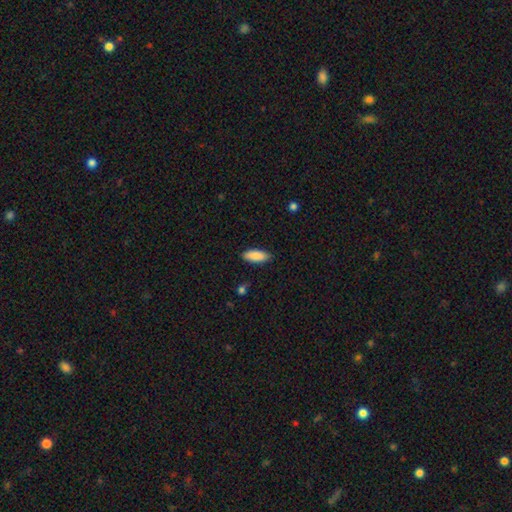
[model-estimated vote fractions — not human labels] A smooth galaxy with no disk features (88%) that is in between round and cigar-shaped (77%).

Vote fractions:
- Smooth or featured? smooth: 88% / star or artifact: 6% / featured or disk: 5%
- How rounded? in between: 77% / cigar-shaped: 21% / round: 2%
- Merging? none: 85% / minor disturbance: 11% / major disturbance: 2% / merger: 1%